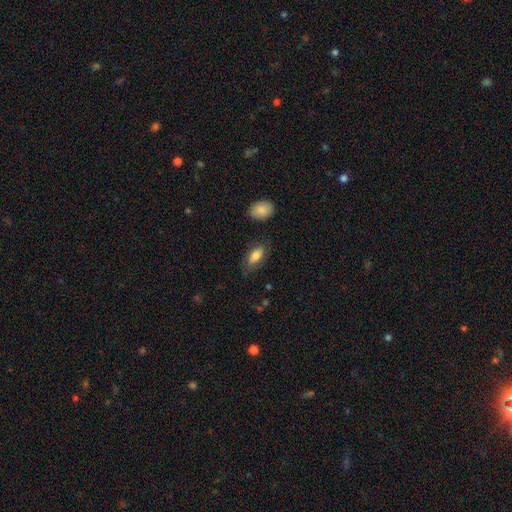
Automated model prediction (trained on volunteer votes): The model was most divided on "merging": none: 74%, minor disturbance: 19%, major disturbance: 5%, merger: 2%. More confident: how rounded — in between (88%); smooth or featured — smooth (77%).